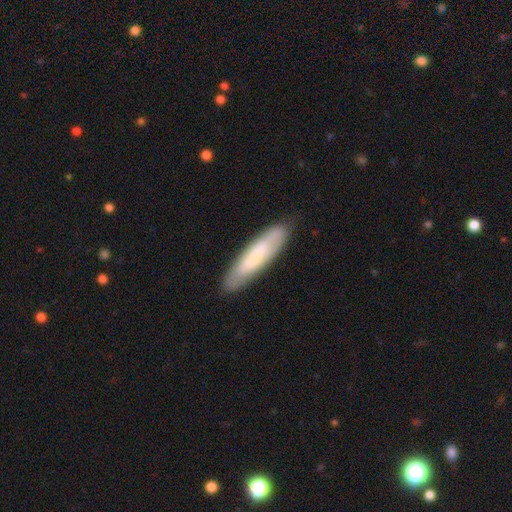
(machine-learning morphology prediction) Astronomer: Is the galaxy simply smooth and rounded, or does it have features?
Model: smooth — 65%.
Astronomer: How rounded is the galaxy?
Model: cigar-shaped — 75%.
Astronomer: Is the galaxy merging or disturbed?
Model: none — 84%.